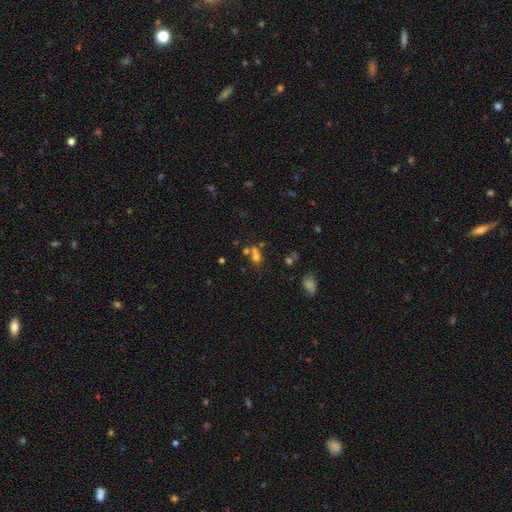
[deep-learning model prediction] The model was most divided on "merging": merger: 46%, none: 39%, minor disturbance: 9%, major disturbance: 6%. More confident: how rounded — round (62%); smooth or featured — smooth (60%).